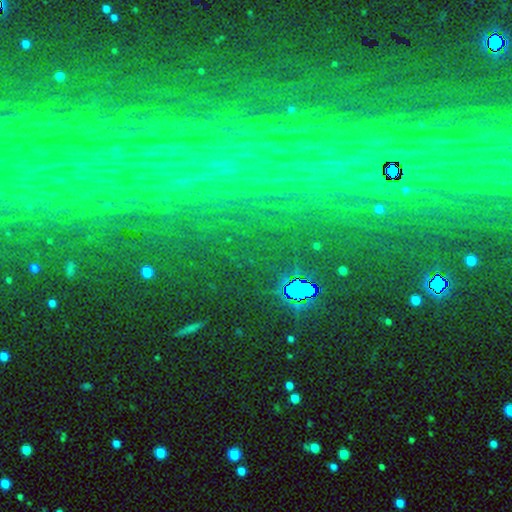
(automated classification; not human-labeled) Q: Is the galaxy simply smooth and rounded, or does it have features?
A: star or artifact — 81%.